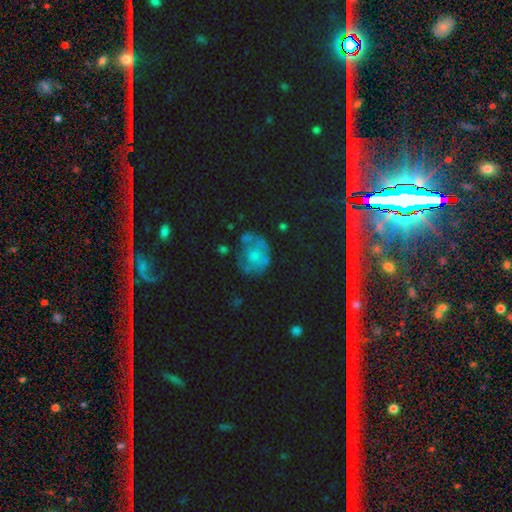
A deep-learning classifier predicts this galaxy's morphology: Smooth or featured: featured or disk — 47% (smooth — 39%)
Merging: none — 47% (minor disturbance — 25%)